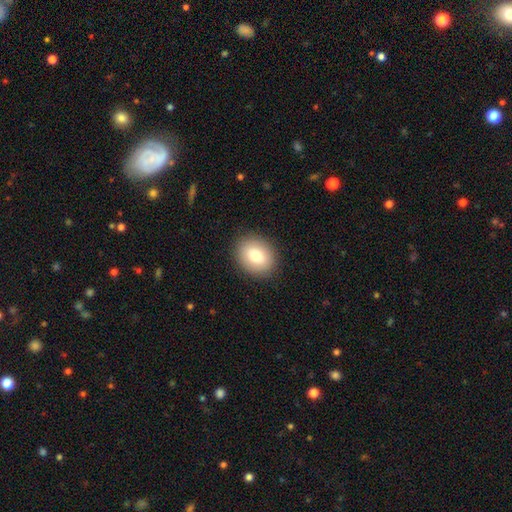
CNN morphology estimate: A smooth galaxy with no disk features (81%) that is in between round and cigar-shaped (55%). Merging: none (89%).